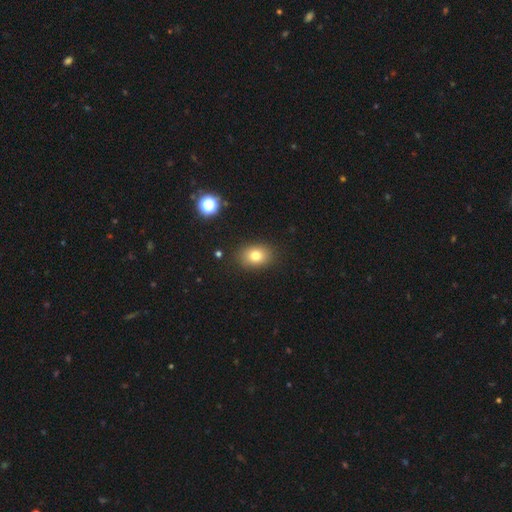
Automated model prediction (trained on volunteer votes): smooth_or_featured: smooth (p=0.78) [alt: star or artifact p=0.12]
how_rounded: in between (p=0.66) [alt: round p=0.33]
merging: none (p=0.87) [alt: minor disturbance p=0.09]